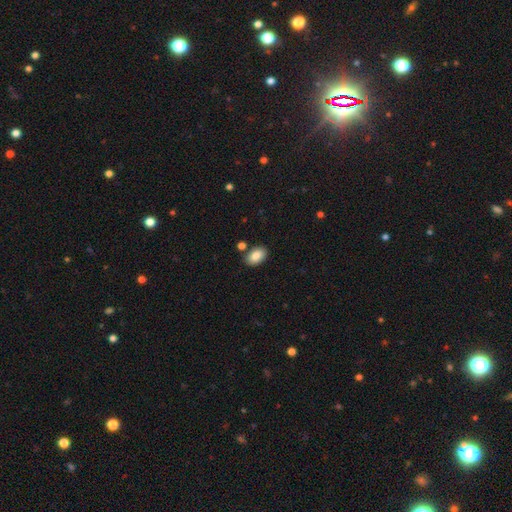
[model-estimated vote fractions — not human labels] This appears to be a smooth galaxy with no disk features (85%) that is in between round and cigar-shaped (90%). Merging: none (80%).